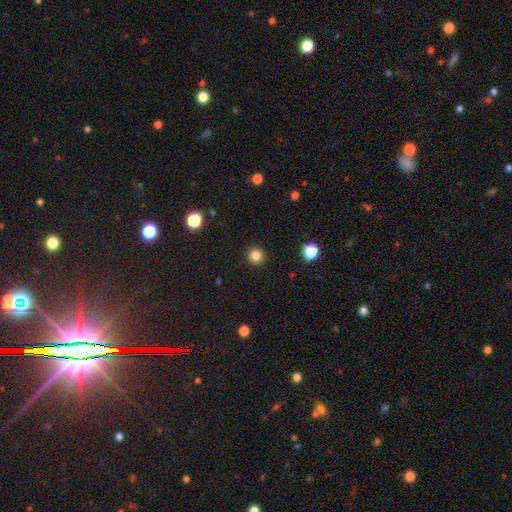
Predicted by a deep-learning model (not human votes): Morphology: type=smooth (83%); roundness=round (94%); merging=none (92%).